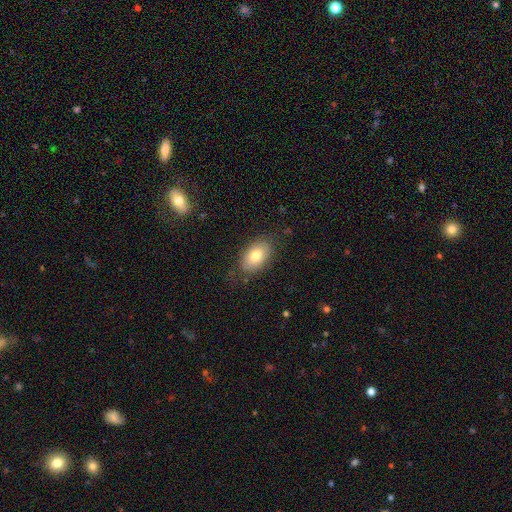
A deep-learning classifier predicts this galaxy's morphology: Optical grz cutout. It shows a smooth galaxy with no disk features (78%) that is in between round and cigar-shaped (91%). Merging: none (81%).